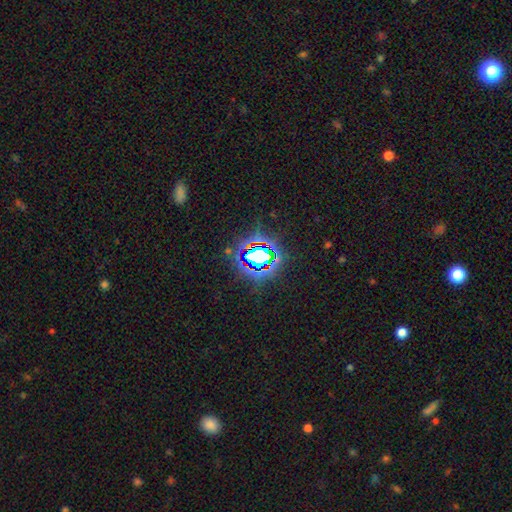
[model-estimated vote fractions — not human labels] smooth_or_featured: star or artifact (p=0.76) [alt: smooth p=0.14]